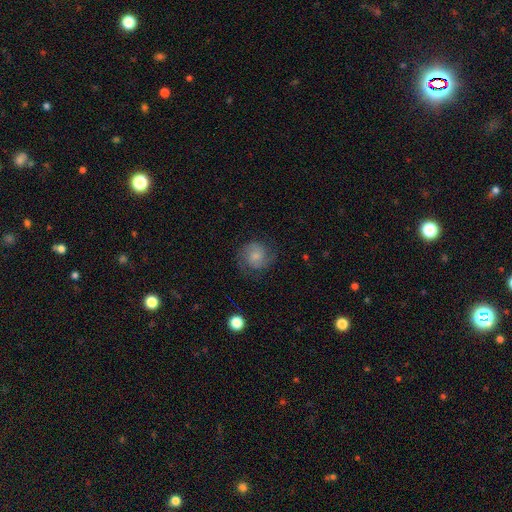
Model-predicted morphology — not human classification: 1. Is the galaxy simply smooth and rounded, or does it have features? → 54% featured or disk, 37% smooth, 9% star or artifact.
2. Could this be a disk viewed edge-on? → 98% no, 2% yes.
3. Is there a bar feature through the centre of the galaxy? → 67% no, 29% weak, 5% strong.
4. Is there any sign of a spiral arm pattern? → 91% yes, 9% no.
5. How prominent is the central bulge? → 43% small, 32% moderate, 16% none, 7% large, 2% dominant.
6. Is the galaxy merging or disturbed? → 72% none, 18% minor disturbance, 10% major disturbance, 1% merger.